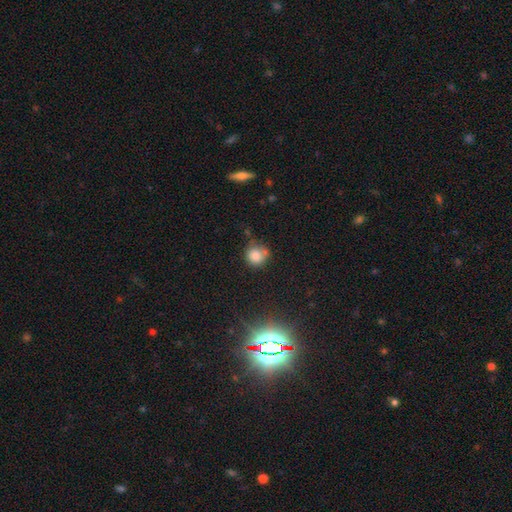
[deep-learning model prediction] smooth_or_featured: smooth (p=0.81) [alt: star or artifact p=0.12]
how_rounded: round (p=0.87) [alt: in between p=0.12]
merging: none (p=0.57) [alt: minor disturbance p=0.24]